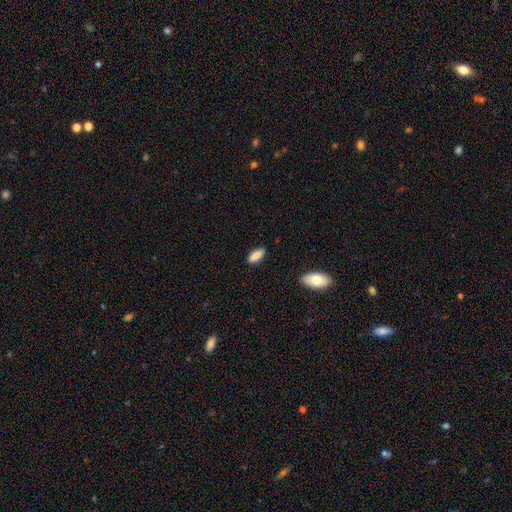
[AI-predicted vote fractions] A smooth galaxy with no disk features (86%) that is in between round and cigar-shaped (68%). Merging: none (84%).